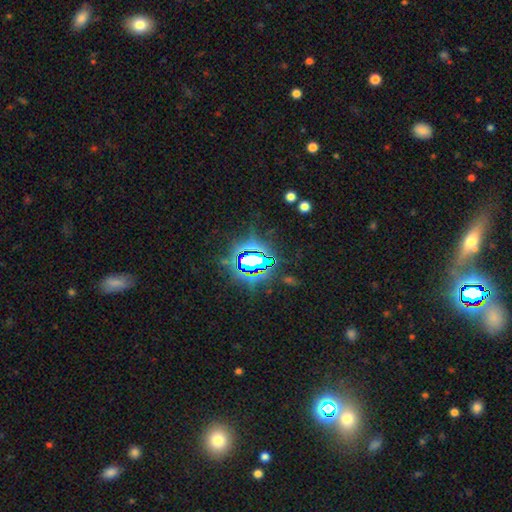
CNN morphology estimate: A star or artifact, not a galaxy (82%).

Vote fractions:
- Smooth or featured? star or artifact: 82% / smooth: 10% / featured or disk: 8%